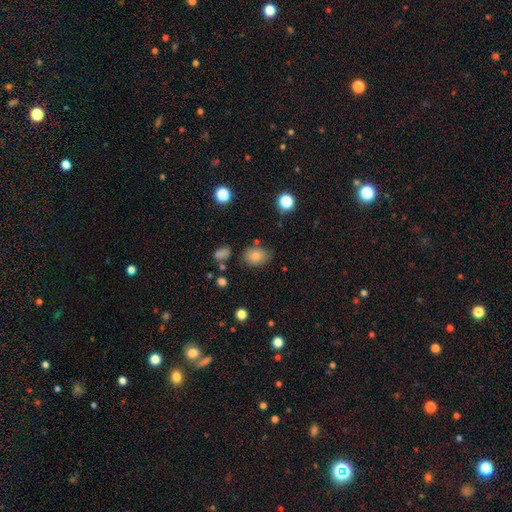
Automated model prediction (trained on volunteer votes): Q: Smooth or featured?
A: smooth (78%); runner-up: star or artifact (11%)
Q: How rounded?
A: in between (70%); runner-up: round (29%)
Q: Merging?
A: none (71%); runner-up: minor disturbance (19%)